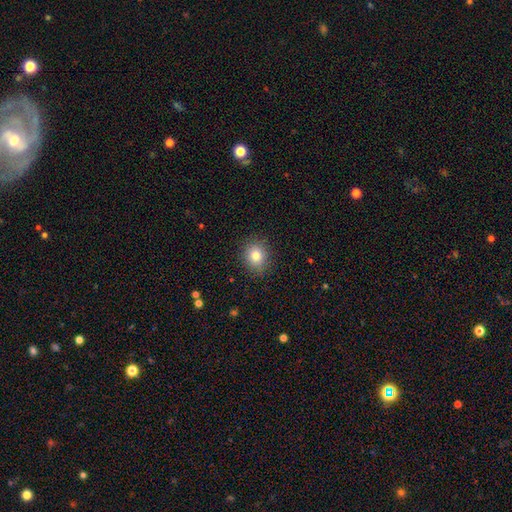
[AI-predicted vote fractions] Overall: smooth (82%). How rounded: round (71%). Merging: none (88%).